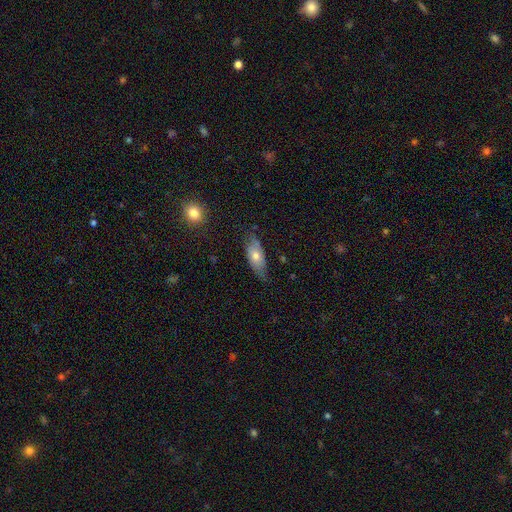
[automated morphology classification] Overall: smooth (59%; featured or disk 34%). How rounded: in between (80%). Merging: none (65%; minor disturbance 28%).